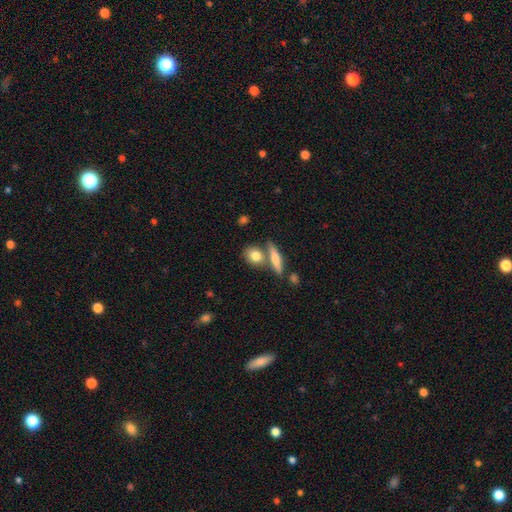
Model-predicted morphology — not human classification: smooth_or_featured: smooth (p=0.78) [alt: featured or disk p=0.15]
how_rounded: round (p=0.47) [alt: in between p=0.38]
merging: none (p=0.60) [alt: merger p=0.25]